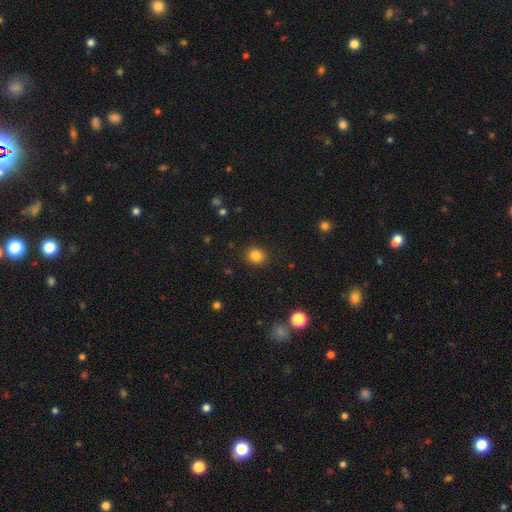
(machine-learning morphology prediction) Smooth or featured: smooth — 83% (star or artifact — 12%)
How rounded: round — 83% (in between — 16%)
Merging: none — 90% (minor disturbance — 6%)